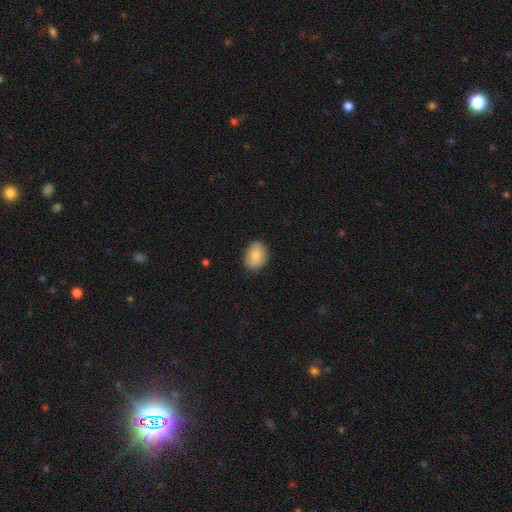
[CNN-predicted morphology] The model was most divided on "how rounded": in between: 60%, round: 39%, cigar-shaped: 1%. More confident: smooth or featured — smooth (80%); merging — none (80%).